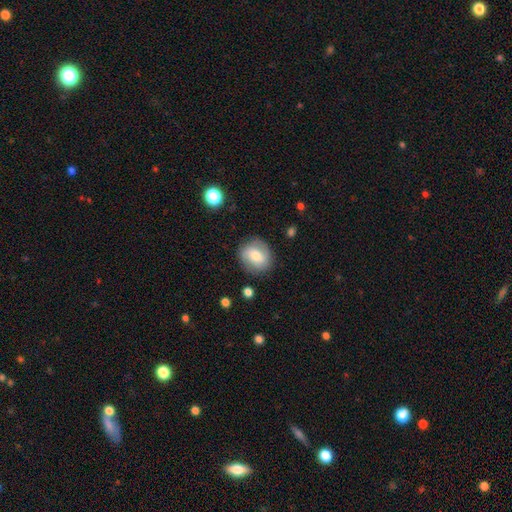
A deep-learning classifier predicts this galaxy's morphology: A smooth galaxy with no disk features (52%) that is round (71%). Merging: none (82%).